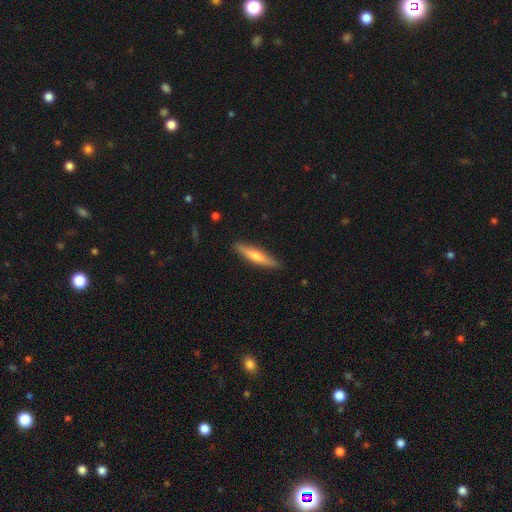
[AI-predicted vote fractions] A featured or disk galaxy (50%).

Vote fractions:
- Smooth or featured? featured or disk: 50% / smooth: 45% / star or artifact: 6%
- Merging? none: 90% / minor disturbance: 7% / major disturbance: 1% / merger: 1%